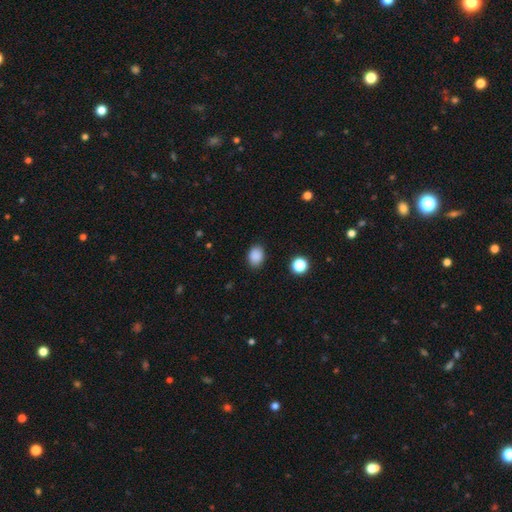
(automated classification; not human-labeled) smooth 87%, star or artifact 10%, featured or disk 3%. Down the decision tree: how rounded — in between (65%); merging — none (86%).